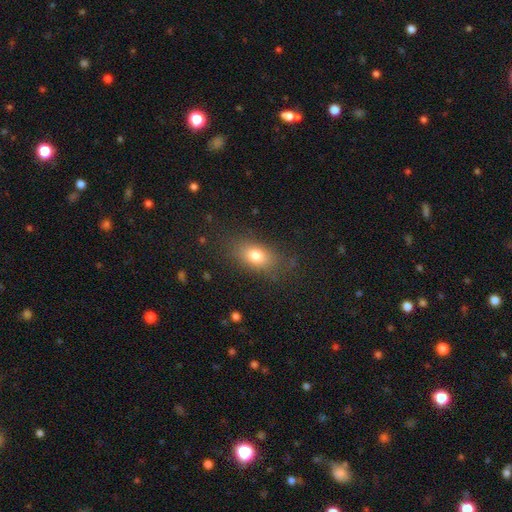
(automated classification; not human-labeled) smooth-or-featured: smooth: 78% | featured or disk: 12% | star or artifact: 10%
  how-rounded: in between: 81% | round: 13% | cigar-shaped: 6%
  merging: none: 78% | minor disturbance: 14% | major disturbance: 6% | merger: 1%